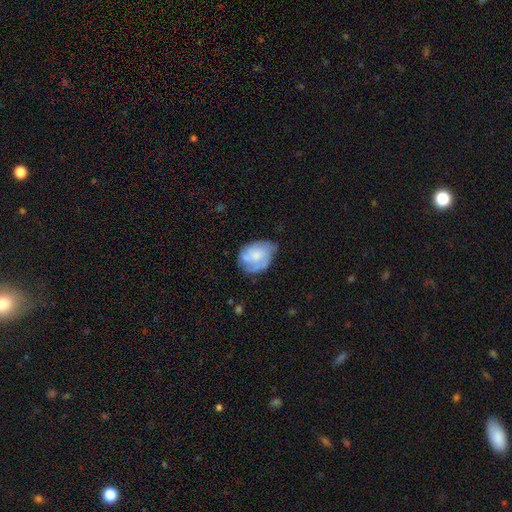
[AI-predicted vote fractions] featured or disk 48%, smooth 45%, star or artifact 7%. Down the decision tree: merging — none (50%).